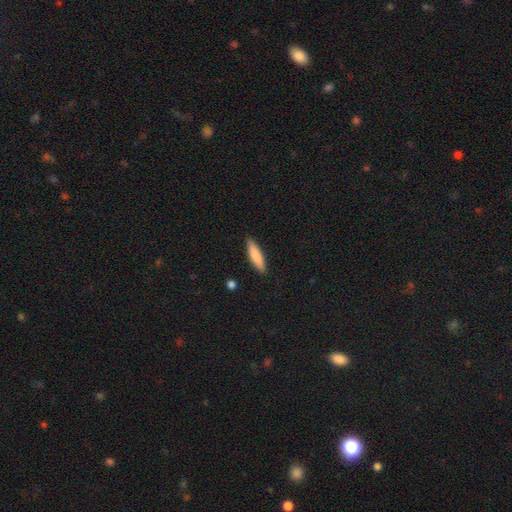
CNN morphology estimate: Smooth or featured? smooth (80%)
How rounded? cigar-shaped (72%)
Merging? none (88%)